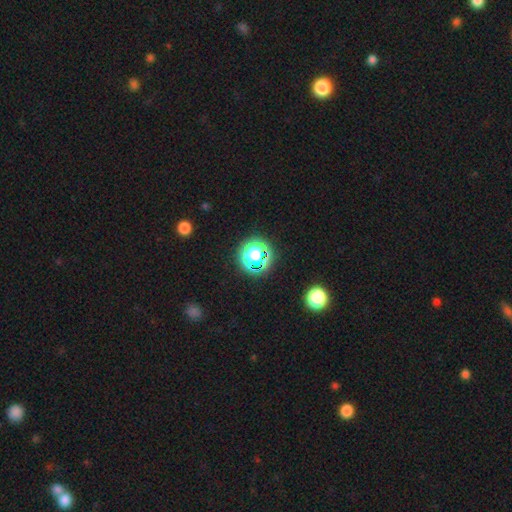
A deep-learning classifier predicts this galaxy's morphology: This appears to be a star or artifact, not a galaxy (52%).